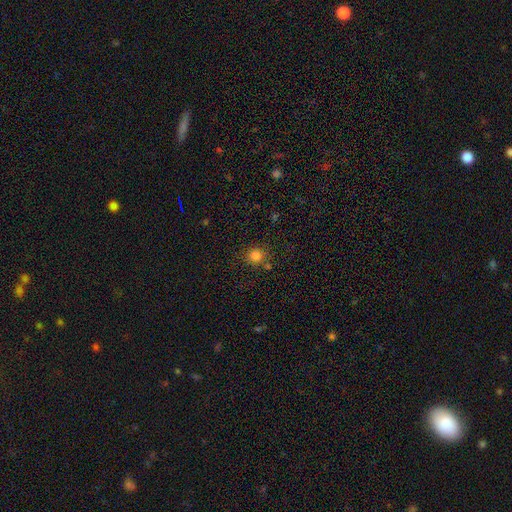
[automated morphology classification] This appears to be a smooth galaxy with no disk features (83%) that is round (90%). Merging: none (80%).